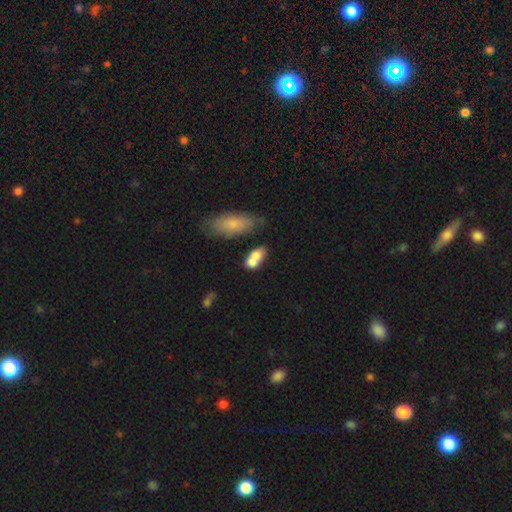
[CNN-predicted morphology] Smooth or featured? Predicted: smooth (p=0.71). How rounded? Predicted: in between (p=0.77). Merging? Predicted: merger (p=0.54).